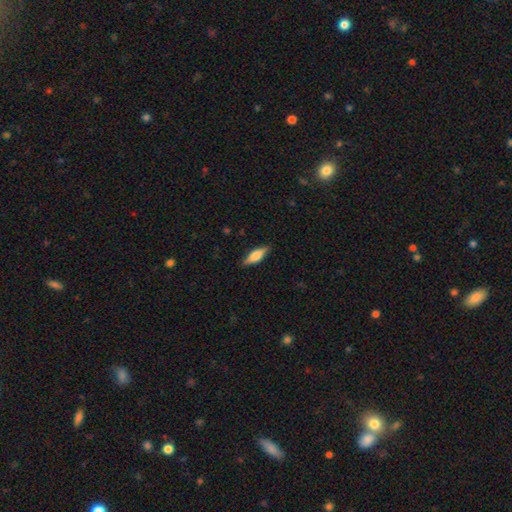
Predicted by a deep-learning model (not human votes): This is likely a smooth galaxy (61%). How rounded: possibly in between (52%). Merging: clearly none (86%).